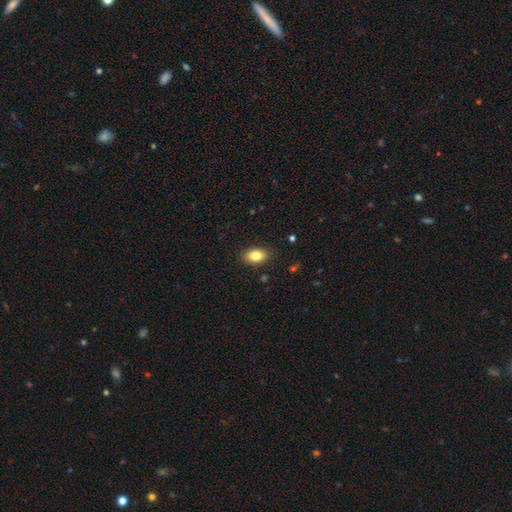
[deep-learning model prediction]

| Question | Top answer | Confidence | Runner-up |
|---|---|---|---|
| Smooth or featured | smooth | 84% | featured or disk (8%) |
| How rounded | in between | 89% | round (9%) |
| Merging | none | 87% | minor disturbance (9%) |